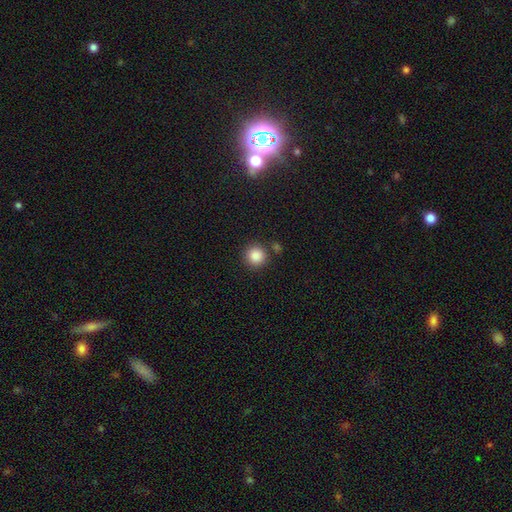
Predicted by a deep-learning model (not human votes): This is clearly a smooth galaxy (87%). How rounded: clearly round (94%). Merging: clearly none (83%).